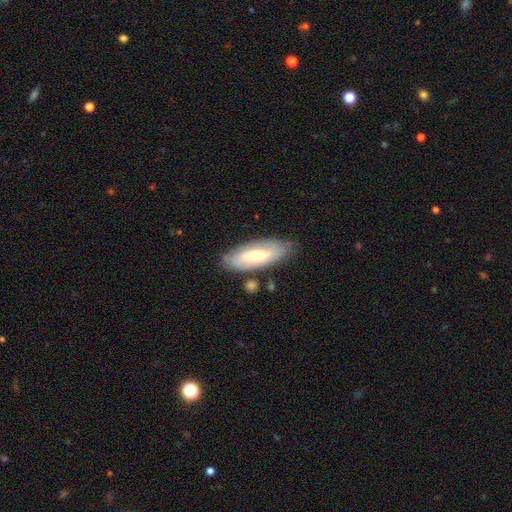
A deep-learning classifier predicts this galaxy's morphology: smooth-or-featured: smooth: 57% | featured or disk: 37% | star or artifact: 6%
  how-rounded: in between: 72% | cigar-shaped: 26% | round: 2%
  merging: none: 74% | minor disturbance: 18% | major disturbance: 5% | merger: 4%